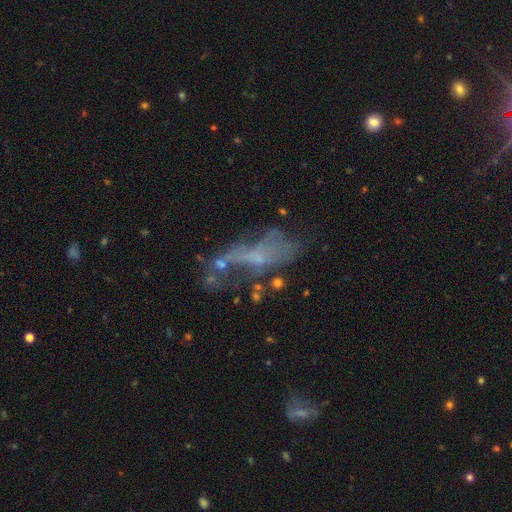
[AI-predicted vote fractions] The model was most divided on "merging": major disturbance: 33%, none: 32%, minor disturbance: 18%, merger: 16%. More confident: edge-on disk — no (85%); smooth or featured — featured or disk (53%).